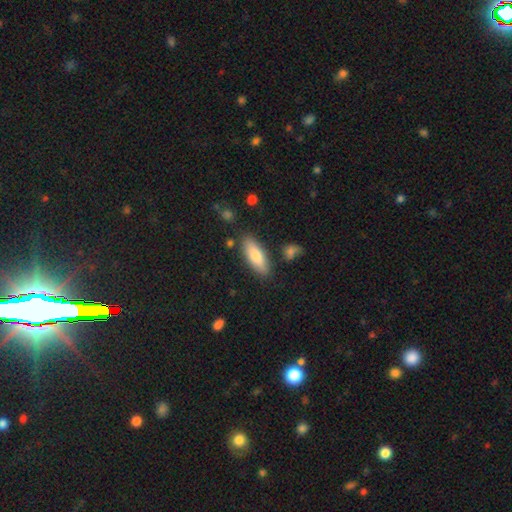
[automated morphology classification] A smooth galaxy with no disk features (78%) that is in between round and cigar-shaped (65%).

Vote fractions:
- Smooth or featured? smooth: 78% / featured or disk: 16% / star or artifact: 6%
- How rounded? in between: 65% / cigar-shaped: 33% / round: 2%
- Merging? none: 83% / minor disturbance: 11% / merger: 4% / major disturbance: 2%